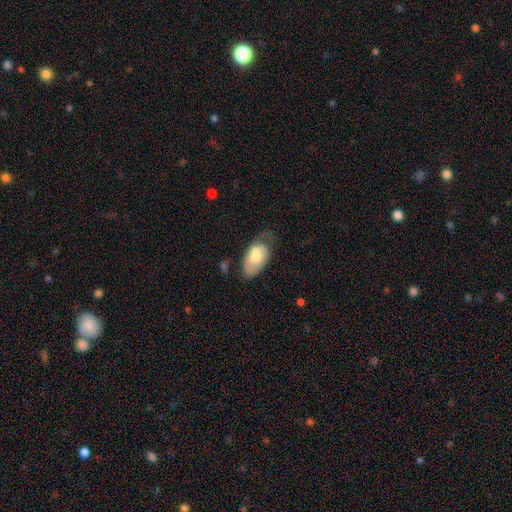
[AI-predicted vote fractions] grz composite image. It shows a smooth galaxy with no disk features (64%) that is in between round and cigar-shaped (94%). Merging: none (35%, tied with minor disturbance).